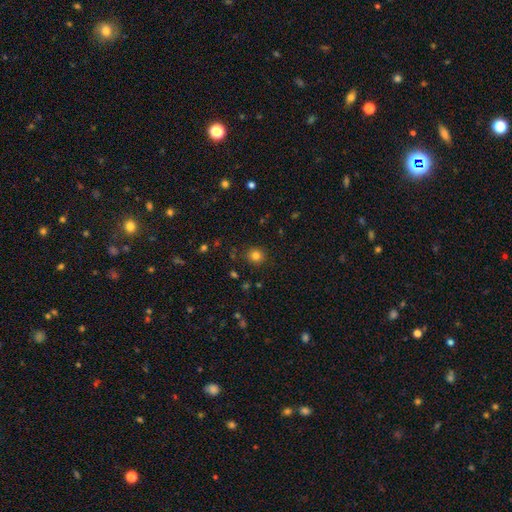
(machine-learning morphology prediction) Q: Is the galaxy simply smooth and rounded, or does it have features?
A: smooth — 80%.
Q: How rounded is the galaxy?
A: round — 89%.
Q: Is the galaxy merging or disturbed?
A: none — 89%.